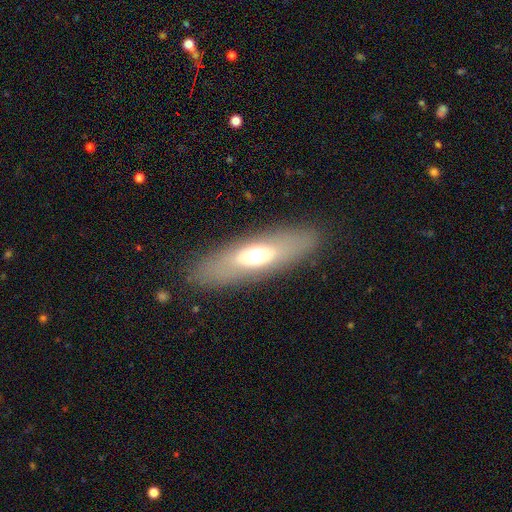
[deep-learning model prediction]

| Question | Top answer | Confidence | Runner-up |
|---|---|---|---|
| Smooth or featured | smooth | 50% | featured or disk (42%) |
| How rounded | in between | 55% | cigar-shaped (42%) |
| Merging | none | 86% | minor disturbance (9%) |